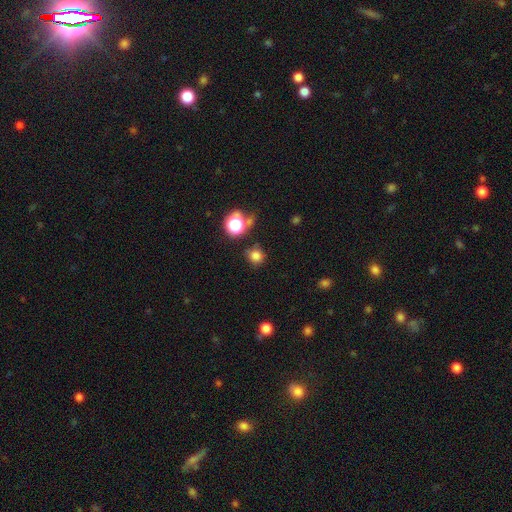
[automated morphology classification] Smooth or featured?
  - smooth: 76% *
  - star or artifact: 19%
  - featured or disk: 5%
How rounded?
  - round: 89% *
  - in between: 10%
  - cigar-shaped: 1%
Merging?
  - none: 78% *
  - minor disturbance: 12%
  - merger: 5%
  - major disturbance: 4%